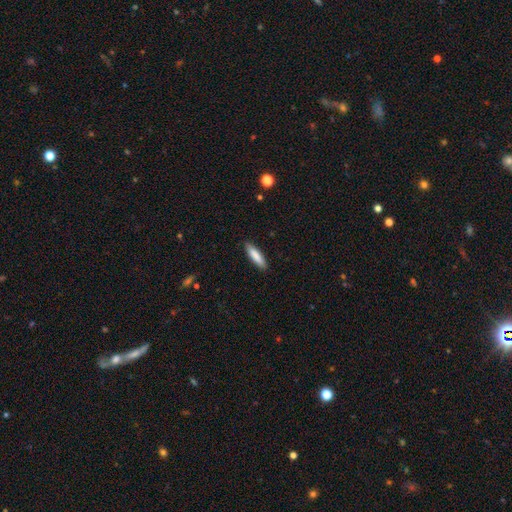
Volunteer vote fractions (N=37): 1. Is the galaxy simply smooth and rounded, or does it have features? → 78% smooth, 16% featured or disk, 5% star or artifact.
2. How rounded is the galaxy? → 69% cigar-shaped, 31% in between, 0% round.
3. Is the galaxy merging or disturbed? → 89% none, 9% minor disturbance, 3% major disturbance, 0% merger.